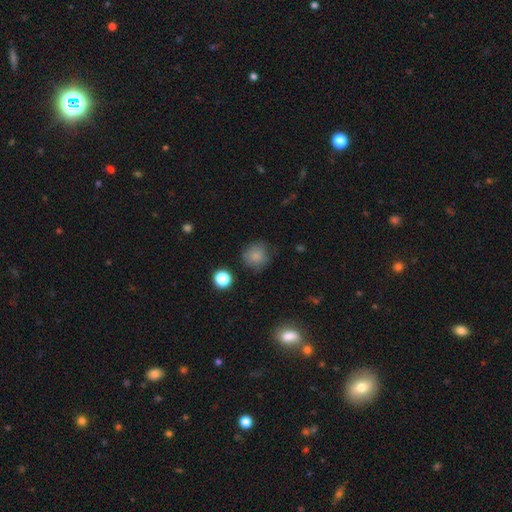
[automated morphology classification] smooth_or_featured: smooth (p=0.80) [alt: star or artifact p=0.12]
how_rounded: round (p=0.88) [alt: in between p=0.11]
merging: none (p=0.75) [alt: minor disturbance p=0.18]